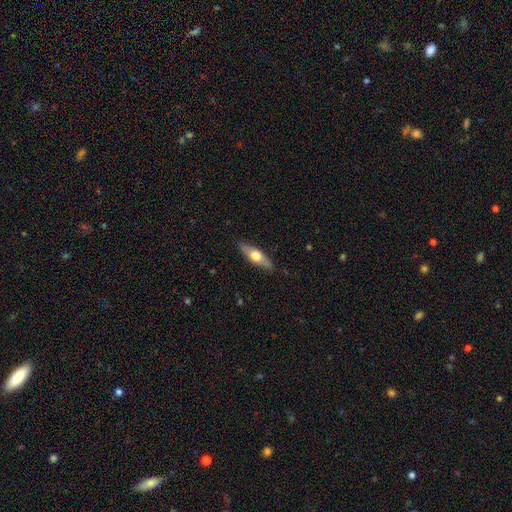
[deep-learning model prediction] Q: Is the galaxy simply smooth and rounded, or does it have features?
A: smooth — 48%.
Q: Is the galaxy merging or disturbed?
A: none — 86%.